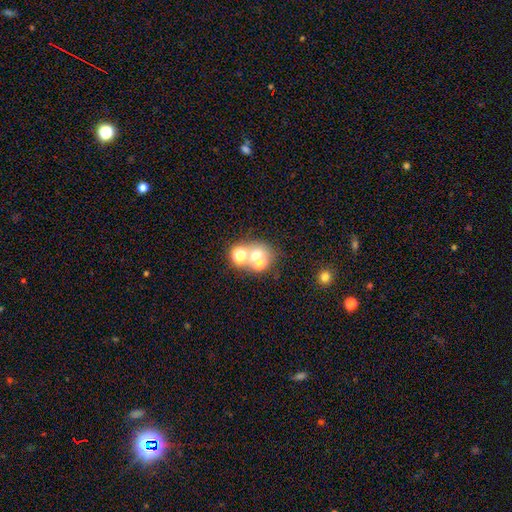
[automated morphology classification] type=smooth (54%); roundness=round (74%); merging=merger (49%).